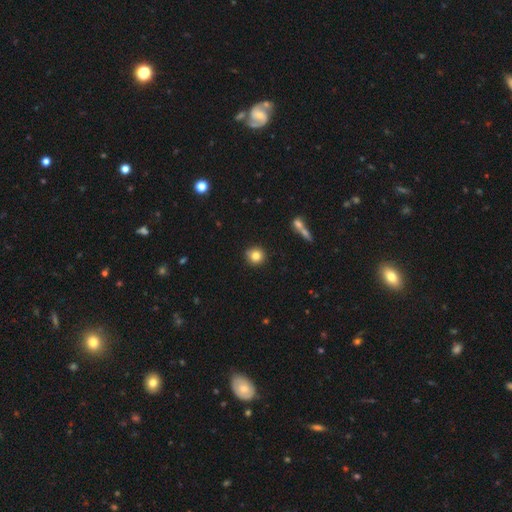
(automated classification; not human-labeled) A smooth galaxy with no disk features (82%) that is round (93%).

Vote fractions:
- Smooth or featured? smooth: 82% / star or artifact: 11% / featured or disk: 8%
- How rounded? round: 93% / in between: 6% / cigar-shaped: 1%
- Merging? none: 85% / minor disturbance: 9% / merger: 3% / major disturbance: 2%